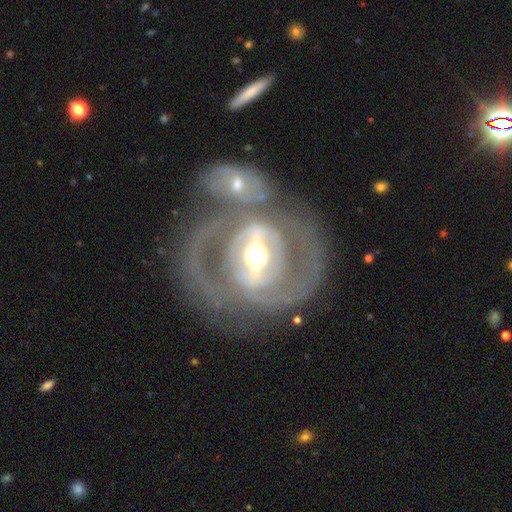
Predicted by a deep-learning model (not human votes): Morphology: type=featured or disk (83%); edge-on=no (94%); bar=strong (62%); spiral arms=yes (64%); bulge=moderate (69%); merging=none (45%).